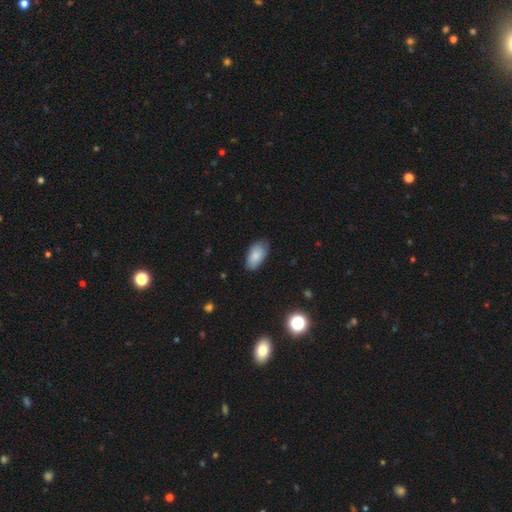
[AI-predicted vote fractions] Smooth or featured? smooth (83%)
How rounded? in between (94%)
Merging? none (77%)